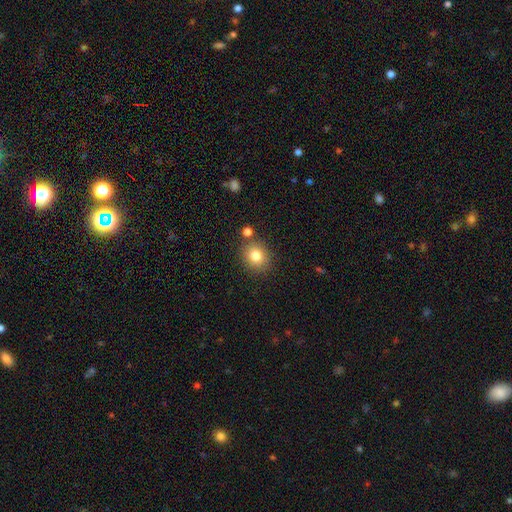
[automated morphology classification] Overall: smooth (82%). How rounded: round (77%). Merging: none (79%).